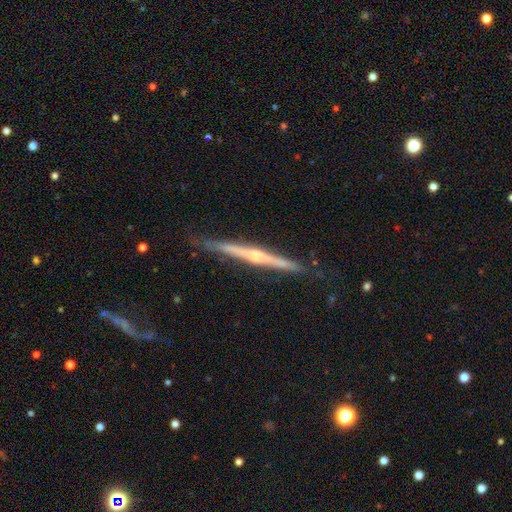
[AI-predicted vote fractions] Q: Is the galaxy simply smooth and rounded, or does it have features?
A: featured or disk — 81%.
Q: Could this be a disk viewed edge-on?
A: yes — 98%.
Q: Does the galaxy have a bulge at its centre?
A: rounded — 78%.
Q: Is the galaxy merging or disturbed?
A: none — 86%.